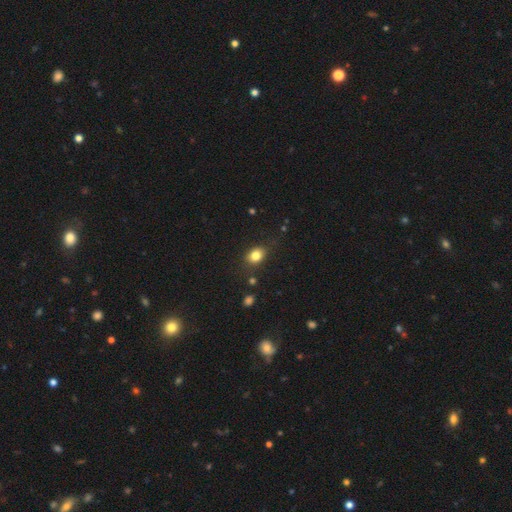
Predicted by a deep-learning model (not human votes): Smooth or featured? Predicted: smooth (p=0.81). How rounded? Predicted: in between (p=0.61). Merging? Predicted: none (p=0.78).